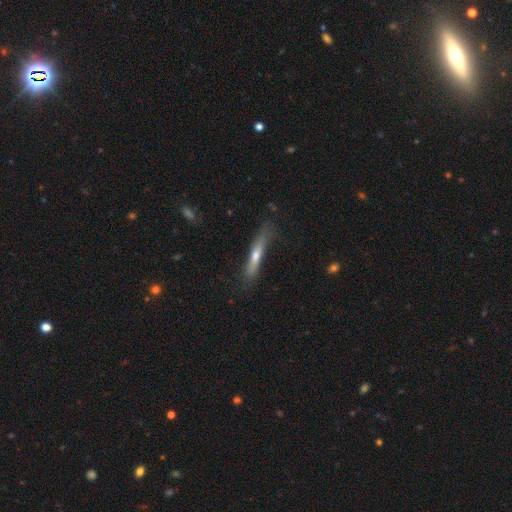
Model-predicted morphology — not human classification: featured or disk 49%, smooth 44%, star or artifact 8%. Down the decision tree: merging — none (72%).